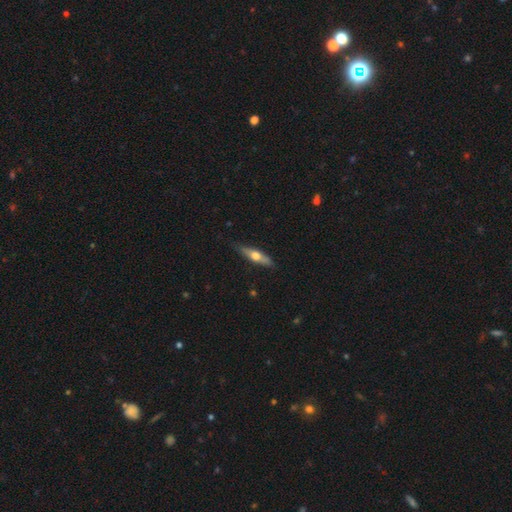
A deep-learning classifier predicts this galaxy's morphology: featured or disk 51%, smooth 44%, star or artifact 5%. Down the decision tree: edge-on disk — yes (89%); merging — none (83%).